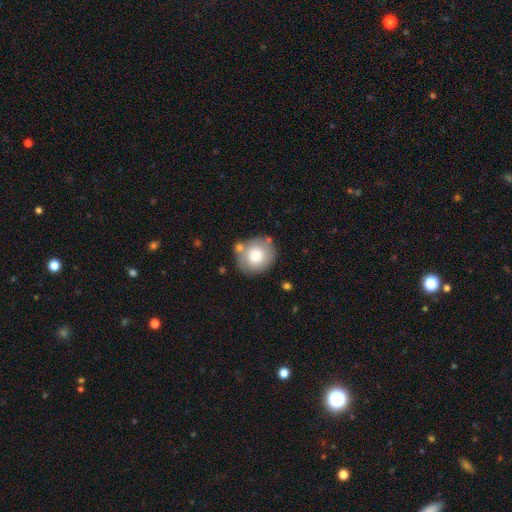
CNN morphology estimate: type=smooth (78%); roundness=round (82%); merging=none (74%).